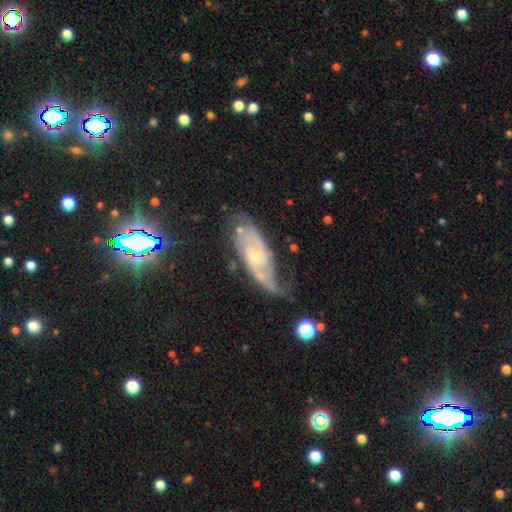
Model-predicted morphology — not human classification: A featured or disk galaxy (79%) with no bar (65%), 2 (55%) medium (41%) spiral arms (90%) and a small central bulge (64%). Merging: none (47%).